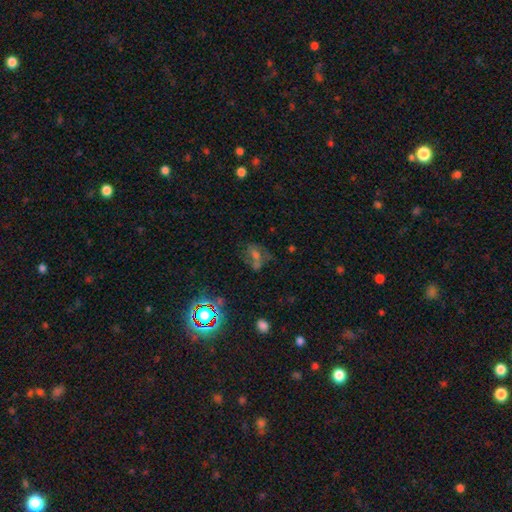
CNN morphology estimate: Smooth or featured?
  - star or artifact: 42% *
  - featured or disk: 30%
  - smooth: 28%